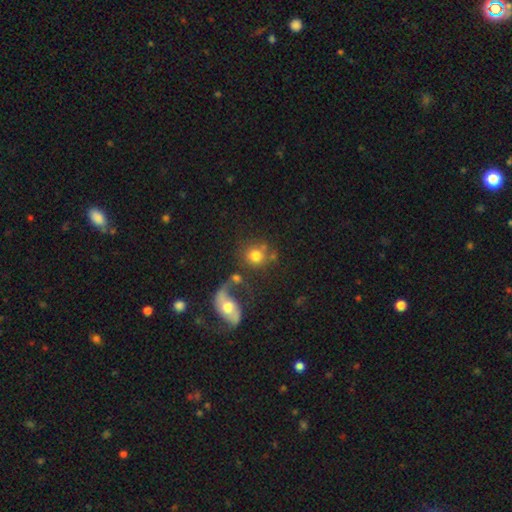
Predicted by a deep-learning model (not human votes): Smooth or featured? smooth (69%)
How rounded? round (82%)
Merging? none (46%)